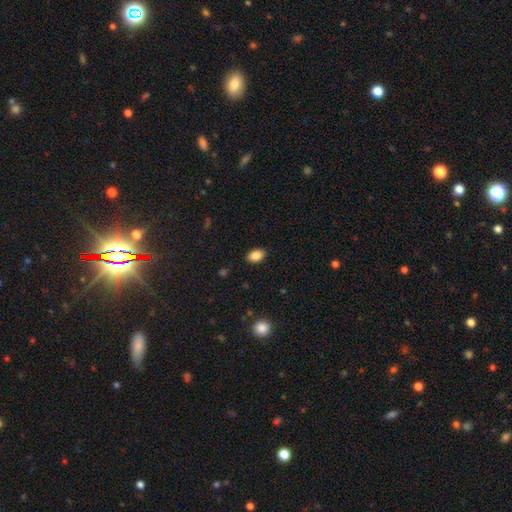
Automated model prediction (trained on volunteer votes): A smooth galaxy with no disk features (86%) that is in between round and cigar-shaped (87%).

Vote fractions:
- Smooth or featured? smooth: 86% / star or artifact: 8% / featured or disk: 5%
- How rounded? in between: 87% / round: 12% / cigar-shaped: 1%
- Merging? none: 88% / minor disturbance: 9% / major disturbance: 2% / merger: 1%